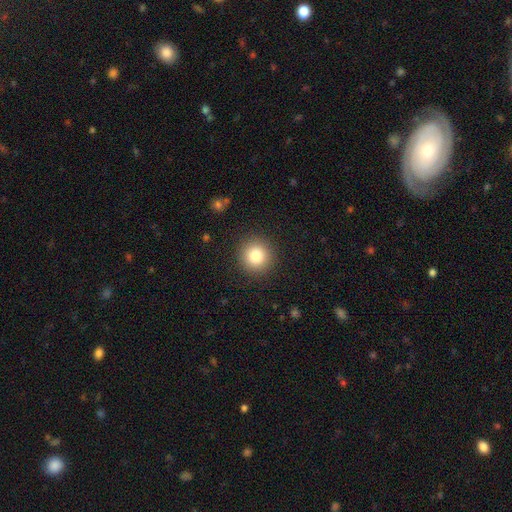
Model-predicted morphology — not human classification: type=smooth (82%); roundness=round (94%); merging=none (91%).